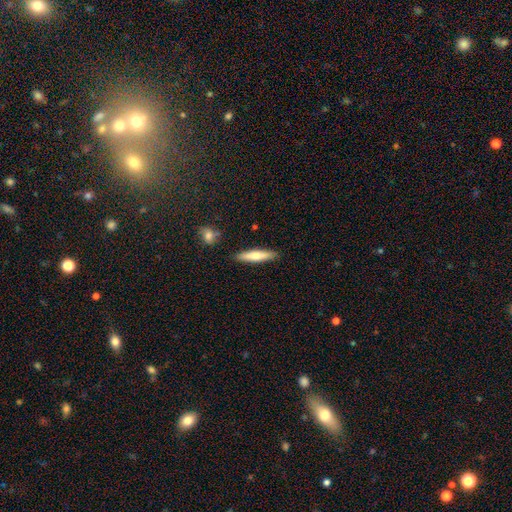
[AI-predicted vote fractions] The model was most divided on "smooth or featured": smooth: 66%, featured or disk: 29%, star or artifact: 6%. More confident: merging — none (88%); how rounded — cigar-shaped (85%).